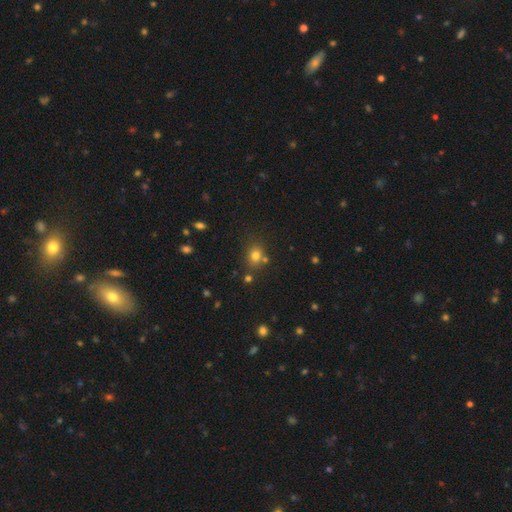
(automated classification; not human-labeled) smooth-or-featured: smooth: 75% | star or artifact: 17% | featured or disk: 8%
  how-rounded: round: 61% | in between: 38% | cigar-shaped: 1%
  merging: none: 70% | merger: 13% | minor disturbance: 13% | major disturbance: 4%